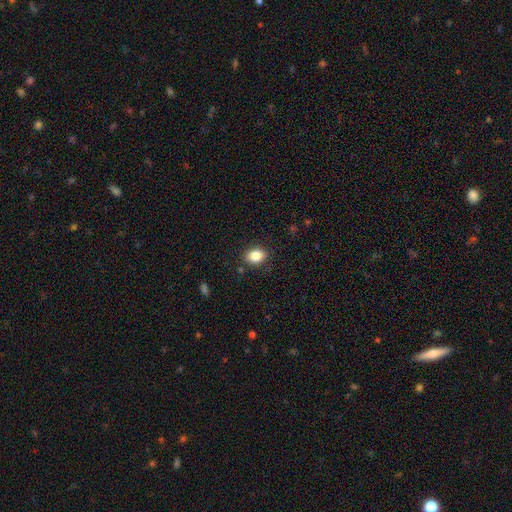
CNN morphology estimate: Smooth or featured: smooth — 86% (star or artifact — 9%)
How rounded: in between — 69% (round — 30%)
Merging: none — 87% (minor disturbance — 9%)